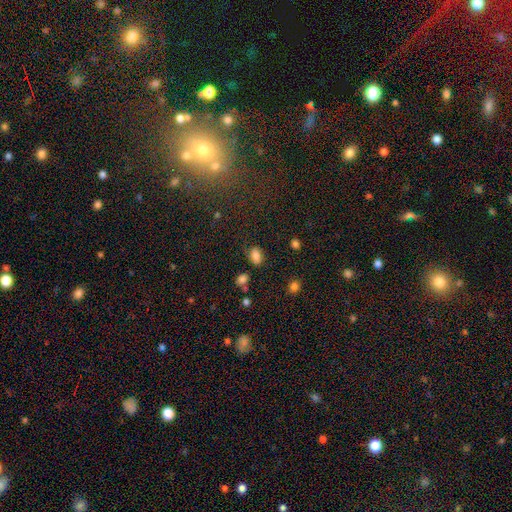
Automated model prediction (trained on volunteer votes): Smooth or featured? smooth (79%)
How rounded? in between (85%)
Merging? none (68%)